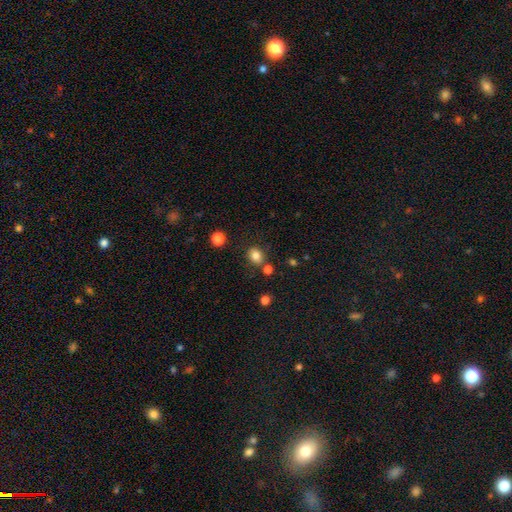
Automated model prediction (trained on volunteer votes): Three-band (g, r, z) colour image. It shows a smooth galaxy with no disk features (82%) that is round (57%). Merging: none (75%).